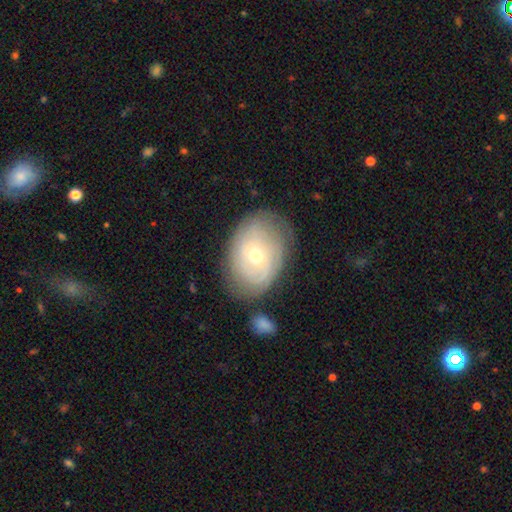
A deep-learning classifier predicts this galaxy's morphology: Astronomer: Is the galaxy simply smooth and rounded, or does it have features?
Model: featured or disk — 60%.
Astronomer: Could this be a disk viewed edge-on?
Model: no — 95%.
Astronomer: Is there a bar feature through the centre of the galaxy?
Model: no — 83%.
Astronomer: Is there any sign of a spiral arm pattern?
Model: yes — 66%.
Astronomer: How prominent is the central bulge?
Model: moderate — 51% (runner-up: small, 46%).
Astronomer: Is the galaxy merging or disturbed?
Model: none — 69%.